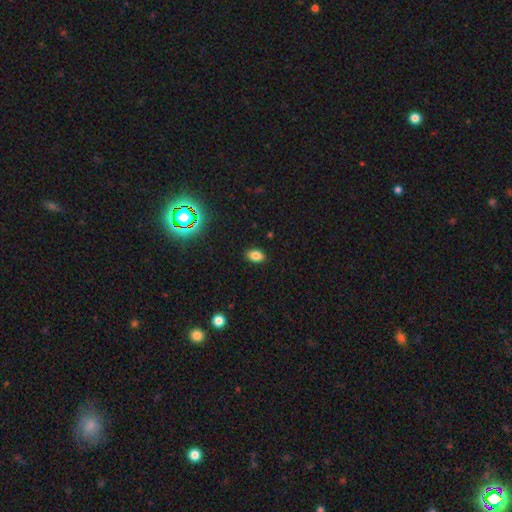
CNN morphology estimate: type=smooth (81%); roundness=in between (87%); merging=none (88%).